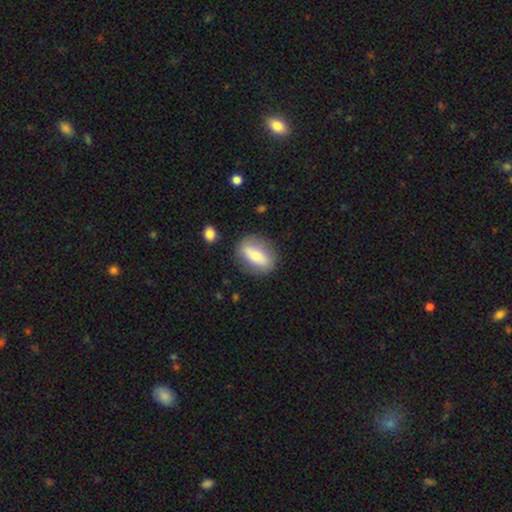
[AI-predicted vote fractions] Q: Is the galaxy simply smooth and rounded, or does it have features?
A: smooth — 56%.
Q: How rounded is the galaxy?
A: in between — 70%.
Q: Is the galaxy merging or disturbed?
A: none — 82%.